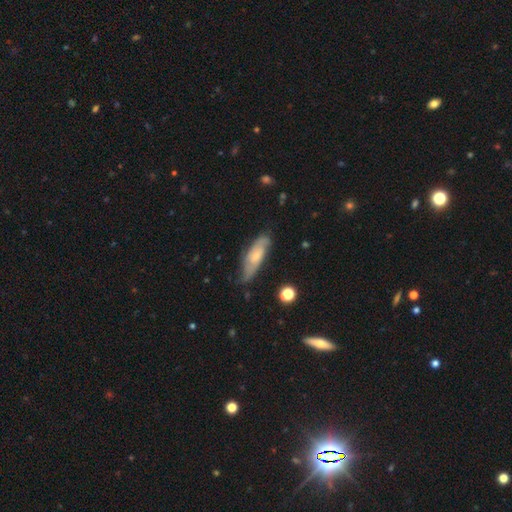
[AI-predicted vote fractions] Morphology: type=featured or disk (55%); edge-on=no (78%); merging=none (65%).